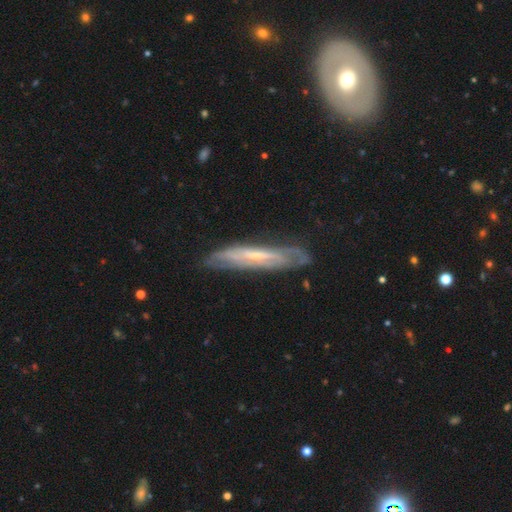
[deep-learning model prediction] Smooth or featured? Predicted: featured or disk (p=0.74). Edge-on disk? Predicted: yes (p=0.56). Merging? Predicted: none (p=0.73).